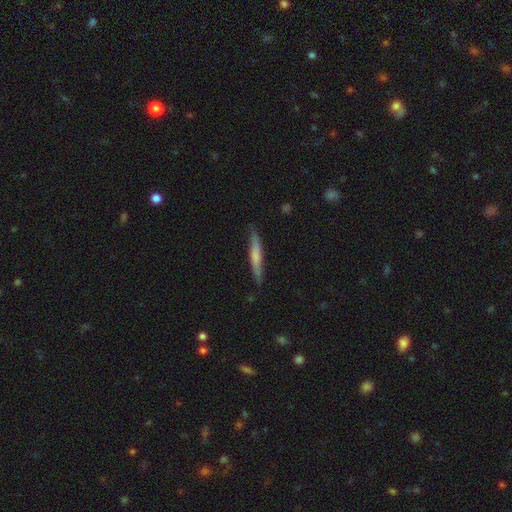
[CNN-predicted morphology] smooth_or_featured: smooth (p=0.58) [alt: featured or disk p=0.36]
how_rounded: cigar-shaped (p=0.93) [alt: in between p=0.06]
merging: none (p=0.81) [alt: minor disturbance p=0.15]